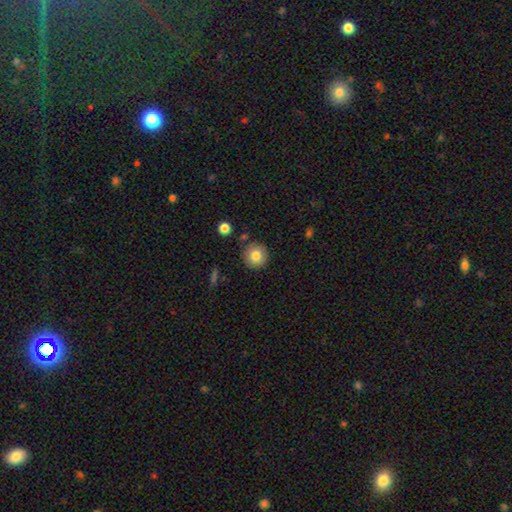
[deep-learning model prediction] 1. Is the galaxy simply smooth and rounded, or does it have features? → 81% smooth, 10% featured or disk, 9% star or artifact.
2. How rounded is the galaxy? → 94% round, 5% in between, 1% cigar-shaped.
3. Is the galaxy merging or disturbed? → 86% none, 9% minor disturbance, 3% merger, 2% major disturbance.